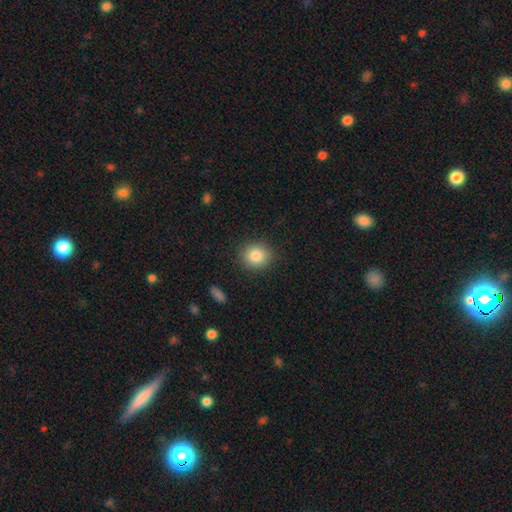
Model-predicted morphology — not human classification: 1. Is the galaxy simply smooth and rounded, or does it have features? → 84% smooth, 9% star or artifact, 7% featured or disk.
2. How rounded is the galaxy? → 81% round, 18% in between, 1% cigar-shaped.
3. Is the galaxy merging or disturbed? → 89% none, 8% minor disturbance, 2% major disturbance, 1% merger.